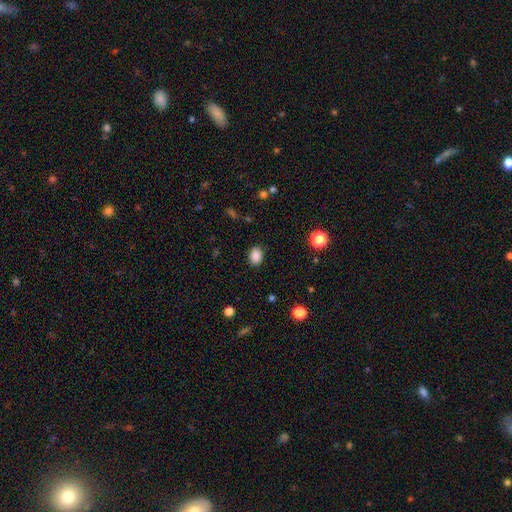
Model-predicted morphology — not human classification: The model was most divided on "how rounded": in between: 69%, round: 30%, cigar-shaped: 1%. More confident: merging — none (88%); smooth or featured — smooth (87%).